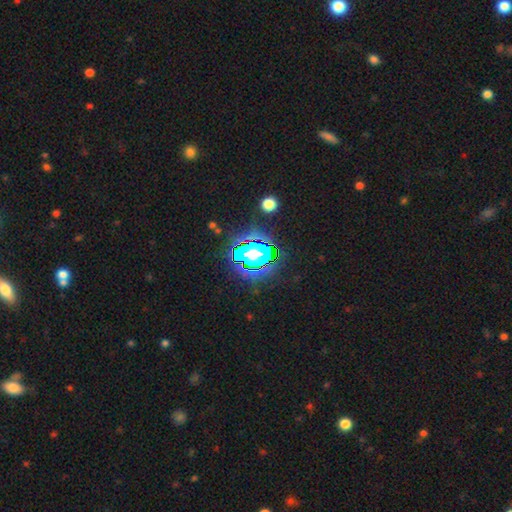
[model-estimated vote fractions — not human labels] Smooth or featured? Predicted: star or artifact (p=0.75).